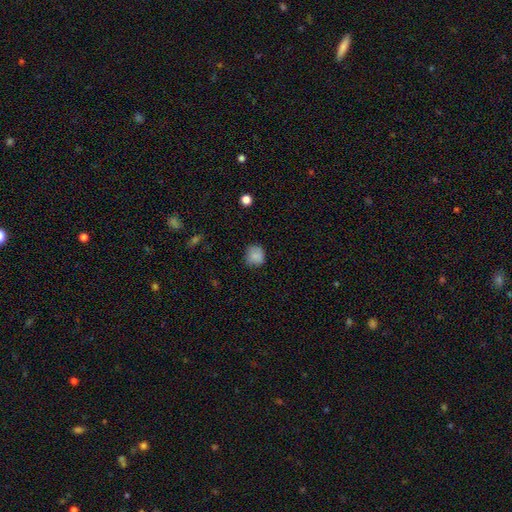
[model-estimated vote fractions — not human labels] Overall: smooth (85%). How rounded: round (86%). Merging: none (77%).